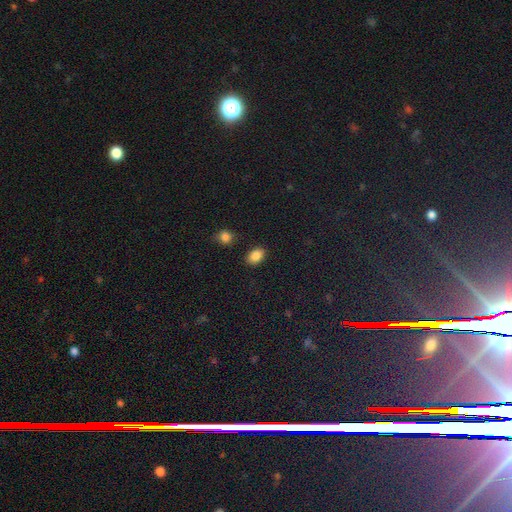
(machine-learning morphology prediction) smooth-or-featured: smooth: 87% | star or artifact: 9% | featured or disk: 5%
  how-rounded: in between: 83% | round: 16% | cigar-shaped: 1%
  merging: none: 84% | minor disturbance: 10% | merger: 4% | major disturbance: 3%